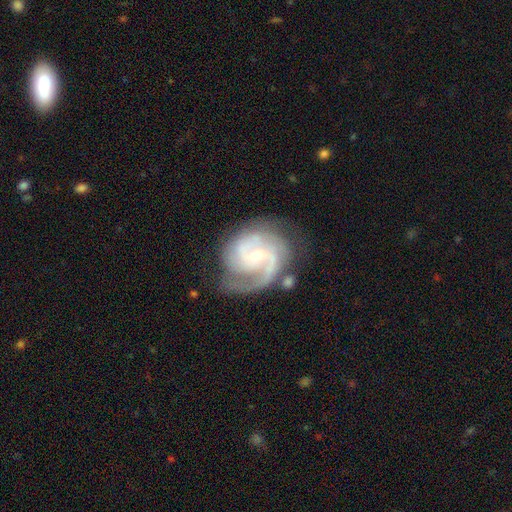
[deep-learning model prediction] smooth-or-featured: featured or disk: 90% | smooth: 5% | star or artifact: 5%
  disk-edge-on: no: 98% | yes: 2%
    bar: no: 52% | weak: 38% | strong: 9%
    has-spiral-arms: yes: 98% | no: 2%
      spiral-winding: medium: 46% | tight: 43% | loose: 11%
      spiral-arm-count: 2: 60% | 3: 18% | can't tell: 9% | 1: 8% | 4: 3% | more than 4: 3%
    bulge-size: small: 54% | moderate: 42% | large: 2% | none: 1% | dominant: 1%
  merging: none: 65% | minor disturbance: 20% | major disturbance: 11% | merger: 3%